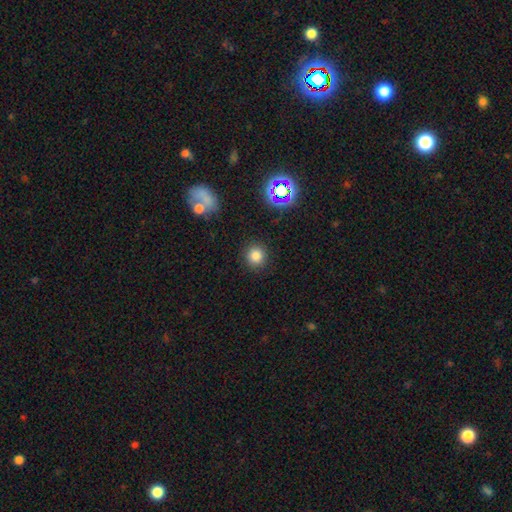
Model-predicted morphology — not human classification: type=smooth (79%); roundness=round (92%); merging=none (89%).